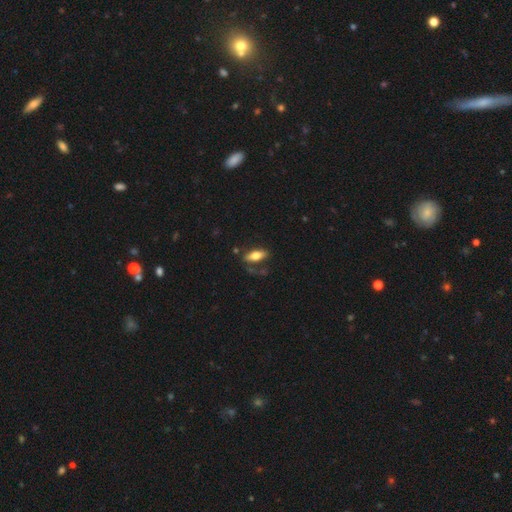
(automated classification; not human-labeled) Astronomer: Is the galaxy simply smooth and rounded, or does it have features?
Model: smooth — 70%.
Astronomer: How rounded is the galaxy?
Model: in between — 75%.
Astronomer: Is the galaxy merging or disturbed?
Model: none — 70%.